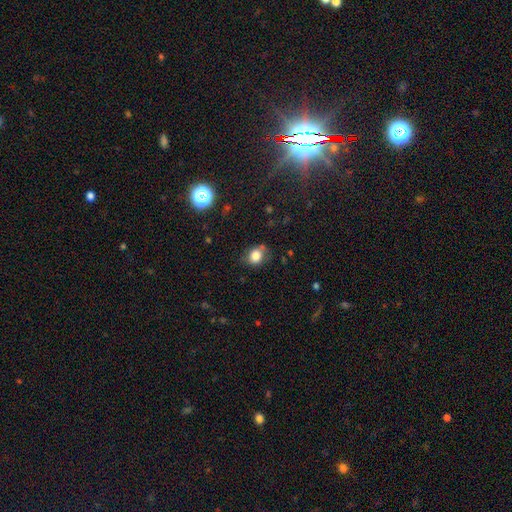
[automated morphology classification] smooth_or_featured: smooth (p=0.79) [alt: star or artifact p=0.11]
how_rounded: round (p=0.54) [alt: in between p=0.45]
merging: none (p=0.68) [alt: minor disturbance p=0.23]